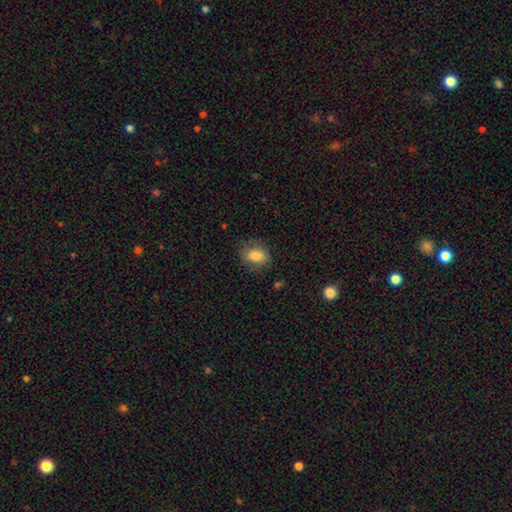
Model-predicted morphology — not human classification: Smooth or featured? Predicted: smooth (p=0.78). How rounded? Predicted: in between (p=0.63). Merging? Predicted: none (p=0.79).